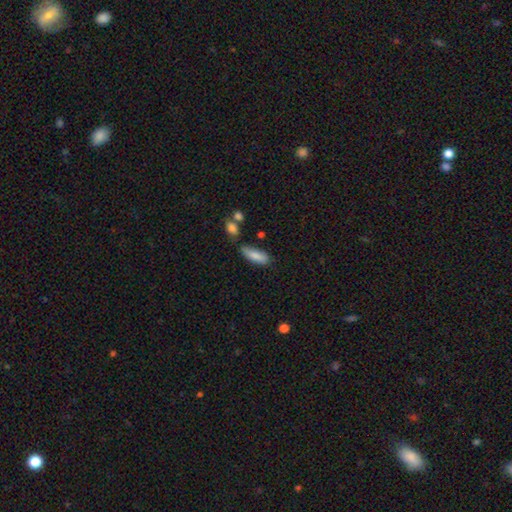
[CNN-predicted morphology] smooth 83%, featured or disk 10%, star or artifact 7%. Down the decision tree: how rounded — in between (65%); merging — none (66%).